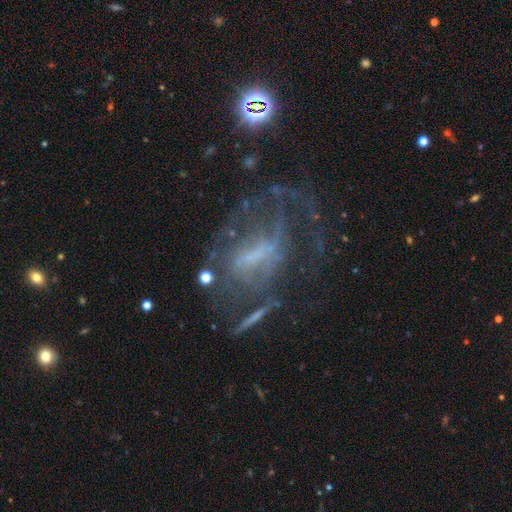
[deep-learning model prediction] Smooth or featured? Predicted: featured or disk (p=0.72). Edge-on disk? Predicted: no (p=0.95). Bar? Predicted: weak (p=0.41). Spiral arms? Predicted: yes (p=0.63). Bulge size? Predicted: none (p=0.41). Merging? Predicted: none (p=0.39).